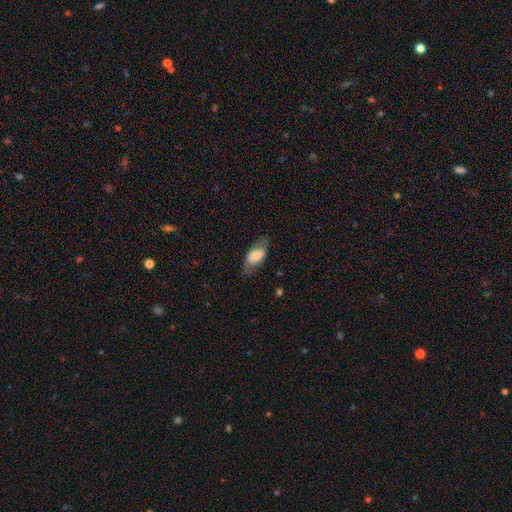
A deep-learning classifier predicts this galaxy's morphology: Smooth or featured?
  - smooth: 68% *
  - featured or disk: 25%
  - star or artifact: 7%
How rounded?
  - in between: 88% *
  - cigar-shaped: 7%
  - round: 5%
Merging?
  - none: 68% *
  - minor disturbance: 20%
  - major disturbance: 10%
  - merger: 1%